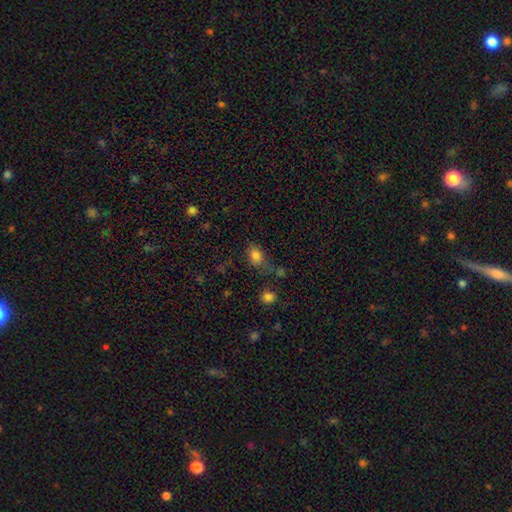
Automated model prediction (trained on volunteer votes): This appears to be a smooth galaxy with no disk features (80%) that is in between round and cigar-shaped (72%). Merging: none (54%).